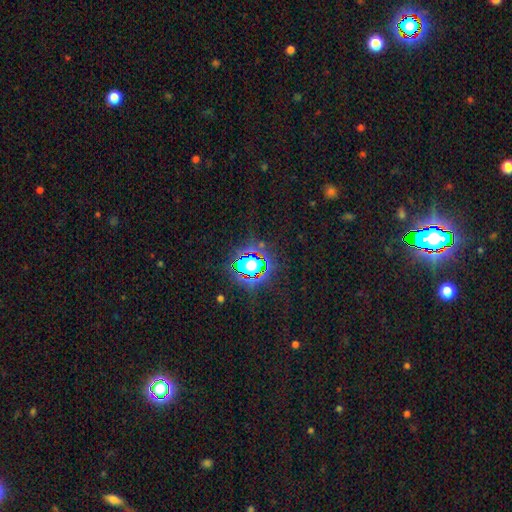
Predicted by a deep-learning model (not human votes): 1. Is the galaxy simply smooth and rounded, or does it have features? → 81% star or artifact, 12% smooth, 7% featured or disk.